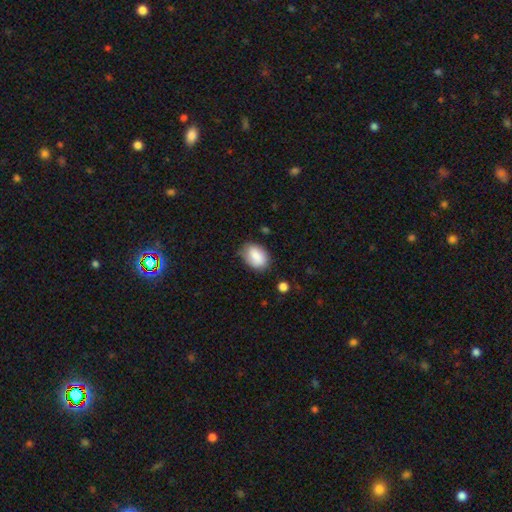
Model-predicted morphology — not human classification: smooth_or_featured: smooth (p=0.83) [alt: featured or disk p=0.10]
how_rounded: in between (p=0.81) [alt: round p=0.18]
merging: none (p=0.69) [alt: minor disturbance p=0.24]